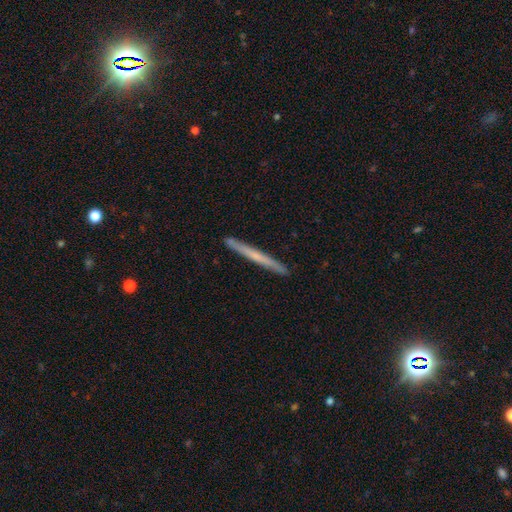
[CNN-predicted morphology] This is possibly a featured or disk galaxy (48%). Merging: clearly none (92%).